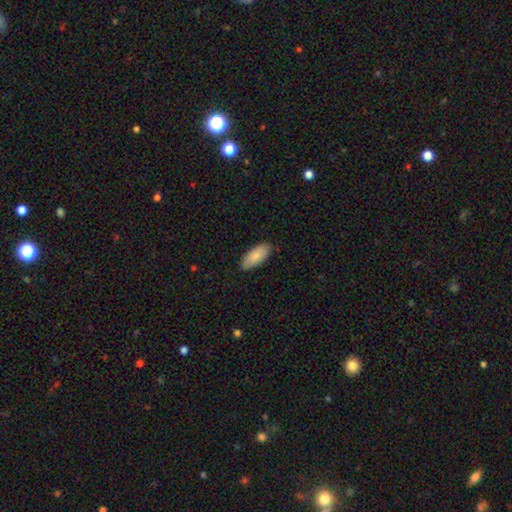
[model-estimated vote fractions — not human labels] This appears to be a smooth galaxy with no disk features (87%) that is in between round and cigar-shaped (87%). Merging: none (86%).